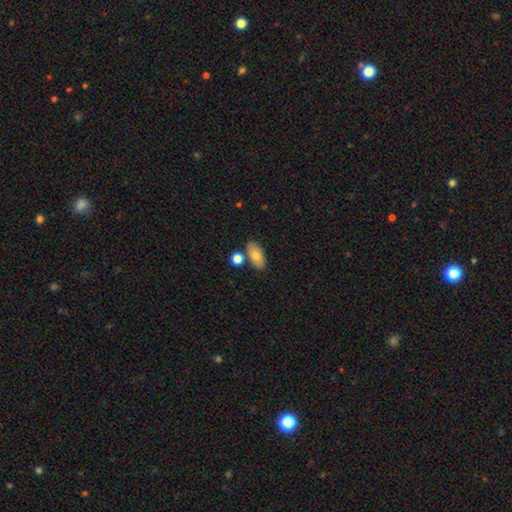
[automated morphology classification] This appears to be a smooth galaxy with no disk features (75%) that is in between round and cigar-shaped (89%). Merging: none (75%).